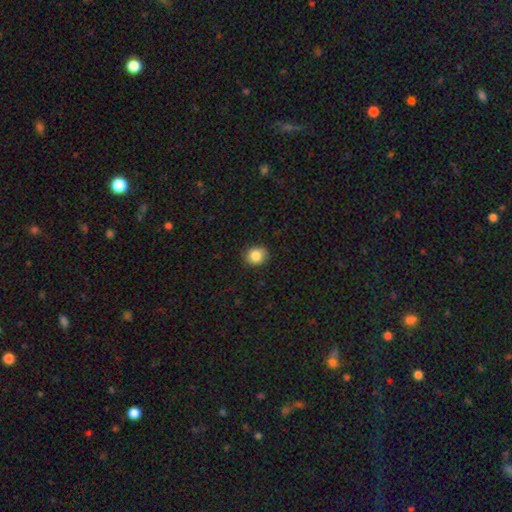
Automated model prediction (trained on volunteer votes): A smooth galaxy with no disk features (85%) that is round (70%).

Vote fractions:
- Smooth or featured? smooth: 85% / star or artifact: 10% / featured or disk: 5%
- How rounded? round: 70% / in between: 29% / cigar-shaped: 1%
- Merging? none: 84% / minor disturbance: 13% / major disturbance: 2% / merger: 1%